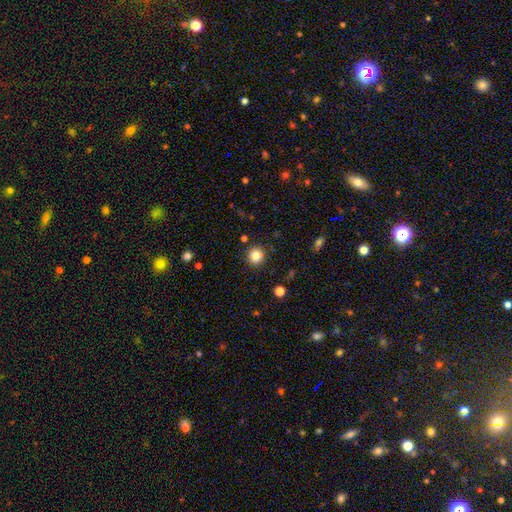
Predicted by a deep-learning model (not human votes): Smooth or featured? smooth (84%)
How rounded? round (93%)
Merging? none (90%)